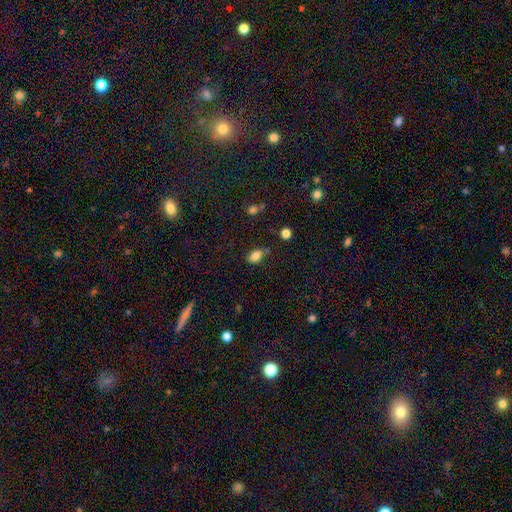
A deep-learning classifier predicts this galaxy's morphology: Smooth or featured?
  - smooth: 82% *
  - star or artifact: 10%
  - featured or disk: 8%
How rounded?
  - in between: 84% *
  - round: 14%
  - cigar-shaped: 2%
Merging?
  - none: 63% *
  - minor disturbance: 25%
  - major disturbance: 6%
  - merger: 6%